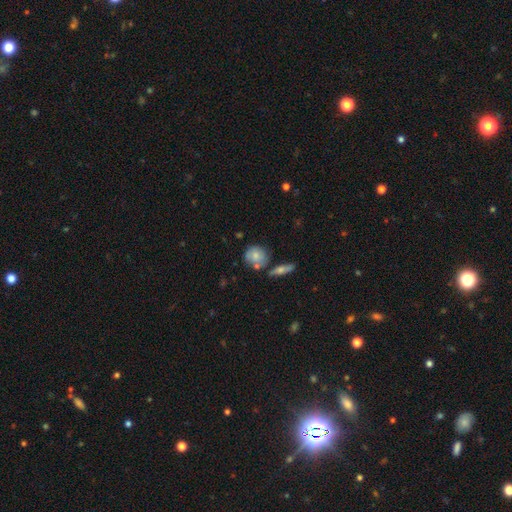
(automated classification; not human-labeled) Smooth or featured? Predicted: smooth (p=0.66). How rounded? Predicted: round (p=0.79). Merging? Predicted: none (p=0.61).